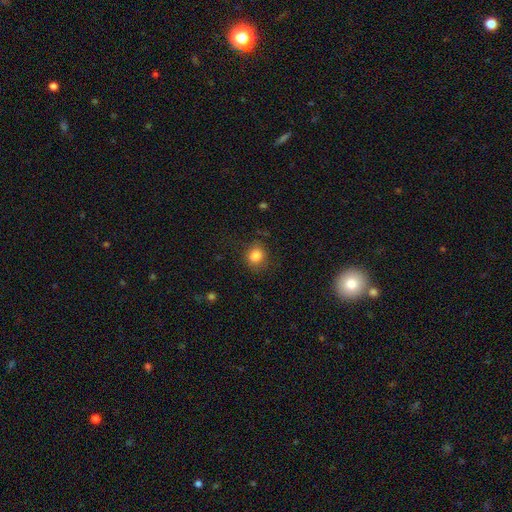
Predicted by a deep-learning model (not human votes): Smooth or featured? smooth (84%)
How rounded? round (73%)
Merging? none (81%)